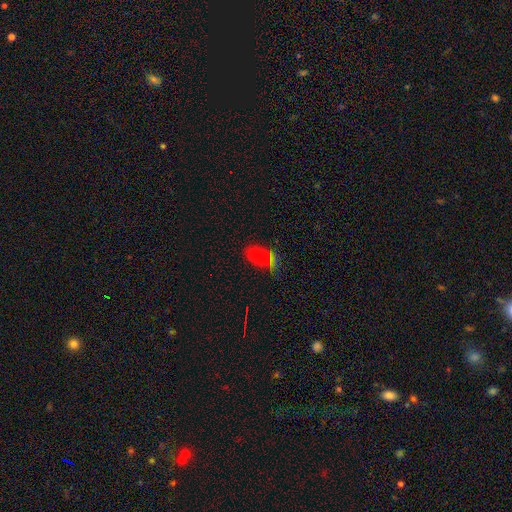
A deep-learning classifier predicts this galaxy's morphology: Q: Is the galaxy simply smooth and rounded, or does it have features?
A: smooth — 59%.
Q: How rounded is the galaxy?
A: in between — 86%.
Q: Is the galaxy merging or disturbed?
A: none — 62%.